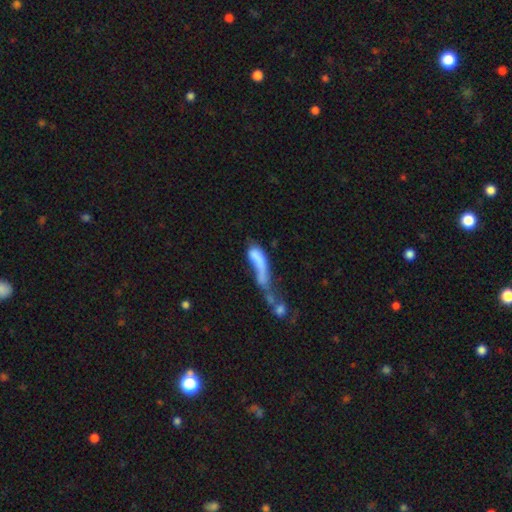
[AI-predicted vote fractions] A smooth galaxy with no disk features (62%) that is cigar-shaped (50%).

Vote fractions:
- Smooth or featured? smooth: 62% / featured or disk: 28% / star or artifact: 10%
- How rounded? cigar-shaped: 50% / in between: 45% / round: 5%
- Merging? merger: 45% / major disturbance: 32% / none: 12% / minor disturbance: 10%